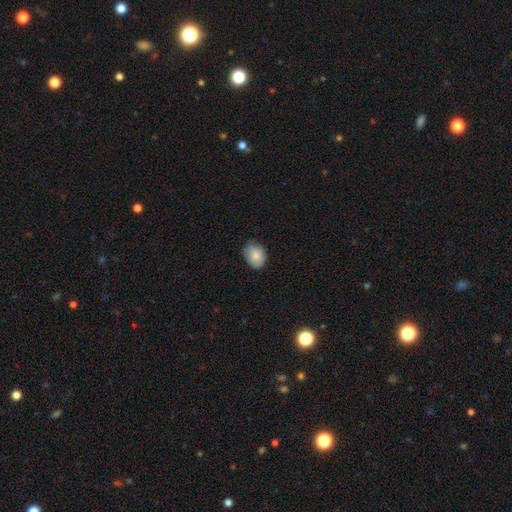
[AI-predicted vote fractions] Smooth or featured: smooth — 84% (featured or disk — 9%)
How rounded: in between — 62% (round — 37%)
Merging: none — 68% (minor disturbance — 27%)